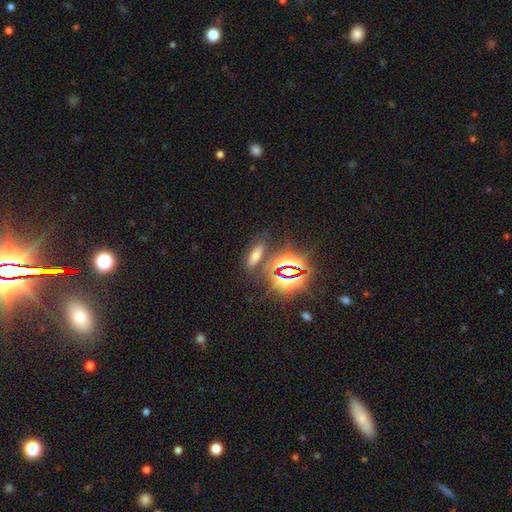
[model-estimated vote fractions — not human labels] Morphology: type=smooth (44%); merging=none (75%).